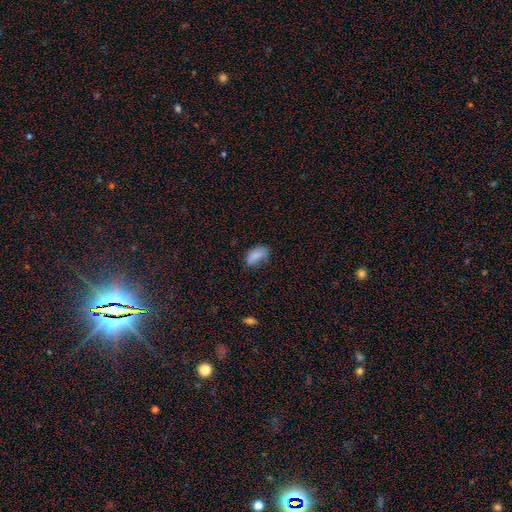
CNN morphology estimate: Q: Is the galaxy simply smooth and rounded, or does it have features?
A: smooth — 83%.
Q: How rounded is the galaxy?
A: in between — 91%.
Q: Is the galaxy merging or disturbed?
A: none — 56%.